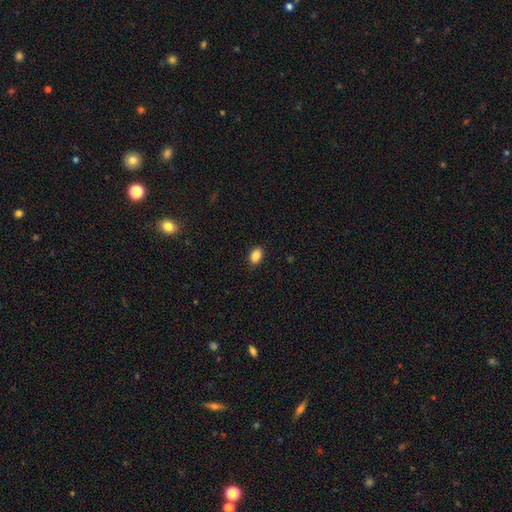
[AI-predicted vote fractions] The model was most divided on "how rounded": in between: 82%, round: 16%, cigar-shaped: 1%. More confident: smooth or featured — smooth (88%); merging — none (88%).